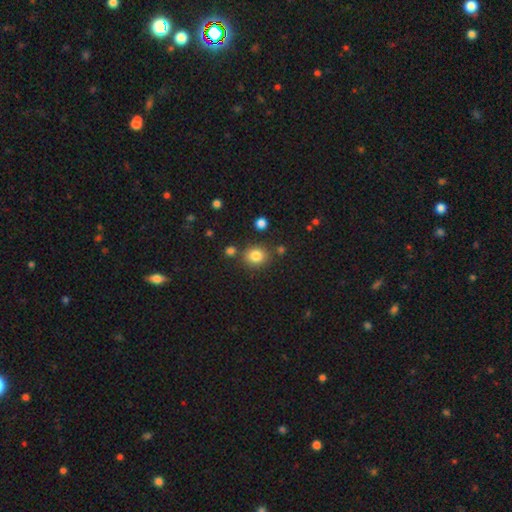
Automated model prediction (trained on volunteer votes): Smooth or featured? smooth (83%)
How rounded? round (72%)
Merging? none (79%)